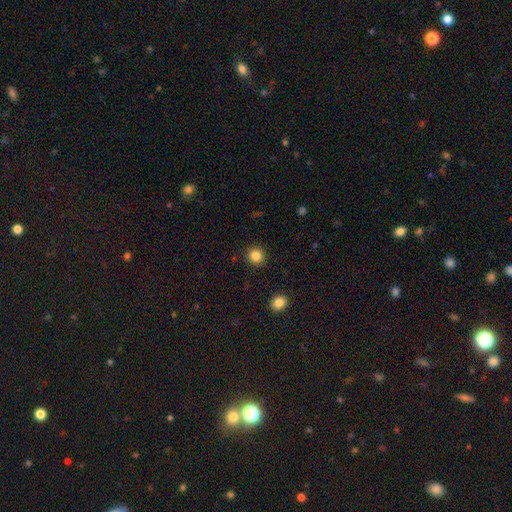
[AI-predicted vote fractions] Smooth or featured? Predicted: smooth (p=0.85). How rounded? Predicted: round (p=0.91). Merging? Predicted: none (p=0.91).